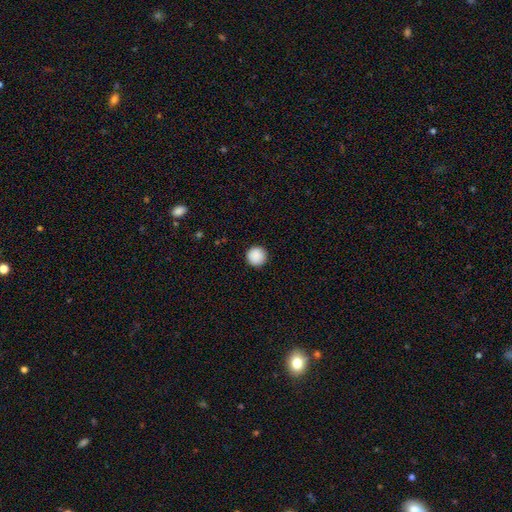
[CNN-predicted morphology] The model was most divided on "smooth or featured": smooth: 90%, star or artifact: 8%, featured or disk: 2%. More confident: how rounded — round (96%); merging — none (93%).